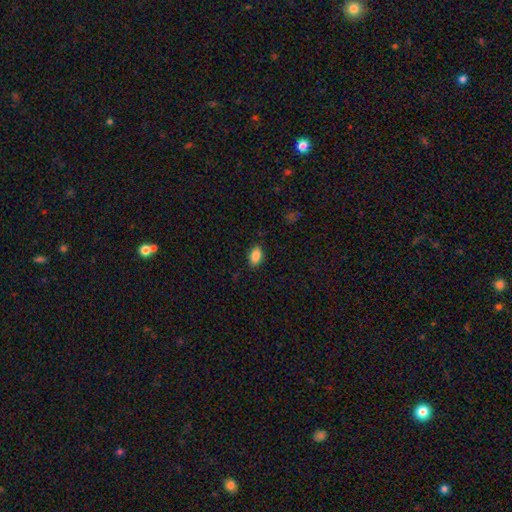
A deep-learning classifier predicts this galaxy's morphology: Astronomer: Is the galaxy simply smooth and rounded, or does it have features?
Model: smooth — 88%.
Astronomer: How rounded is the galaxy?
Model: in between — 90%.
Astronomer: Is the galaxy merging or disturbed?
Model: none — 85%.